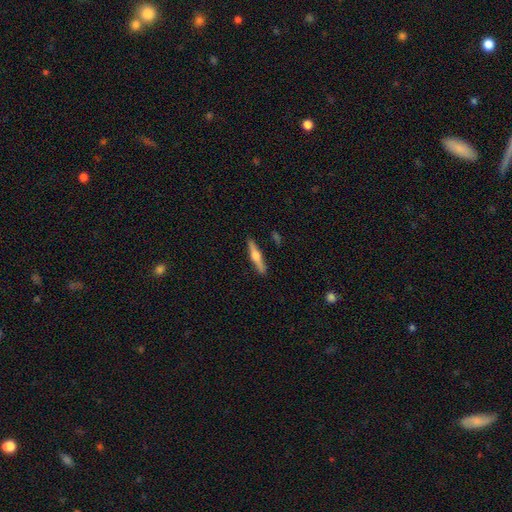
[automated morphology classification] featured or disk 62%, smooth 33%, star or artifact 6%. Down the decision tree: edge-on disk — yes (97%); edge-on bulge — rounded (92%); merging — none (89%).